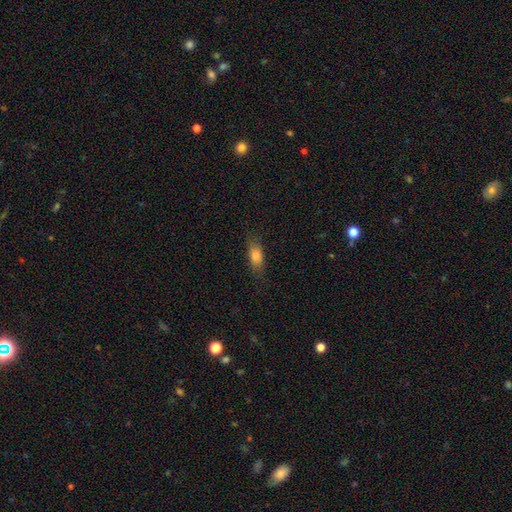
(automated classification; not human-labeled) Smooth or featured? Predicted: smooth (p=0.80). How rounded? Predicted: in between (p=0.75). Merging? Predicted: none (p=0.79).